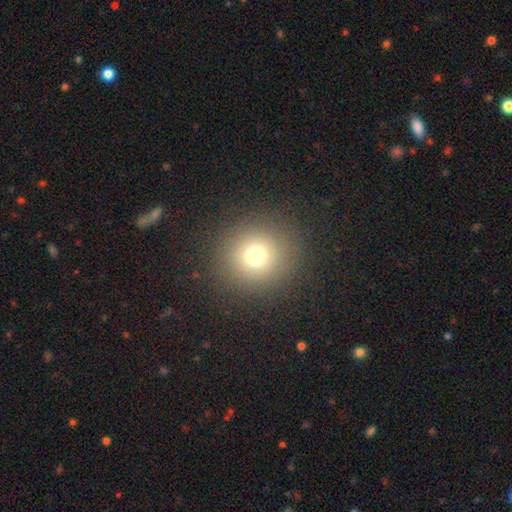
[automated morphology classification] A smooth galaxy with no disk features (72%) that is round (93%).

Vote fractions:
- Smooth or featured? smooth: 72% / star or artifact: 18% / featured or disk: 10%
- How rounded? round: 93% / in between: 6% / cigar-shaped: 1%
- Merging? none: 89% / minor disturbance: 6% / major disturbance: 4% / merger: 1%